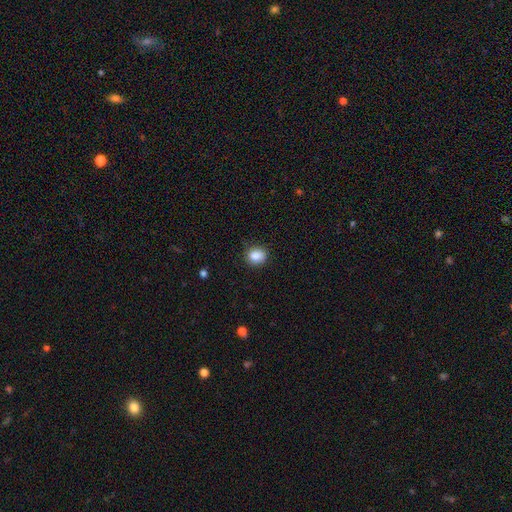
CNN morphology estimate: Q: Smooth or featured?
A: smooth (87%); runner-up: star or artifact (9%)
Q: How rounded?
A: round (72%); runner-up: in between (27%)
Q: Merging?
A: none (84%); runner-up: minor disturbance (12%)